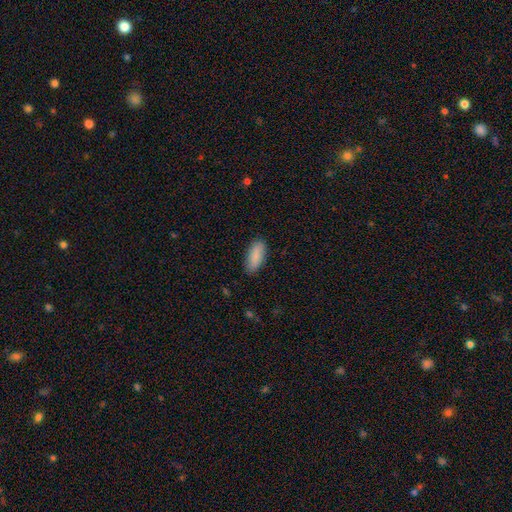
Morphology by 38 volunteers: Volunteers were most divided on "how rounded": in between: 79%, cigar-shaped: 21%, round: 0%. More confident: smooth or featured — smooth (87%); merging — none (86%).